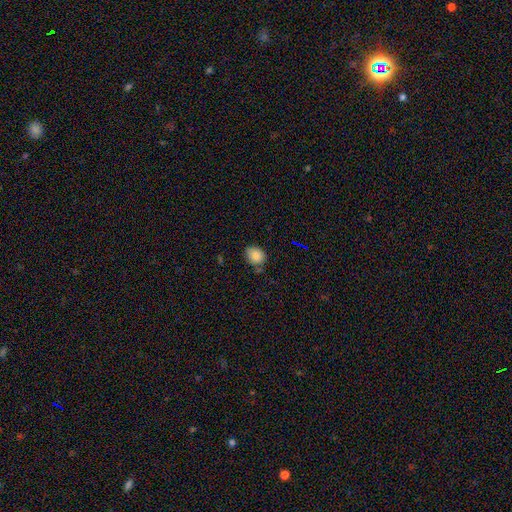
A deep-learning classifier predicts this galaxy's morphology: Smooth or featured?
  - smooth: 84% *
  - star or artifact: 9%
  - featured or disk: 6%
How rounded?
  - in between: 51% *
  - round: 48%
  - cigar-shaped: 1%
Merging?
  - none: 72% *
  - minor disturbance: 20%
  - merger: 5%
  - major disturbance: 3%